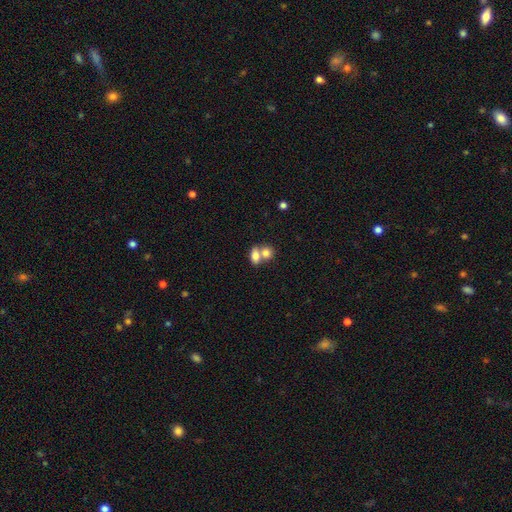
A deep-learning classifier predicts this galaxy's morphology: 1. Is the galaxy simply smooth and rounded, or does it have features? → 77% smooth, 15% featured or disk, 8% star or artifact.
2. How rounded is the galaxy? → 72% in between, 25% round, 3% cigar-shaped.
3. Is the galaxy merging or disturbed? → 62% merger, 27% none, 7% minor disturbance, 3% major disturbance.